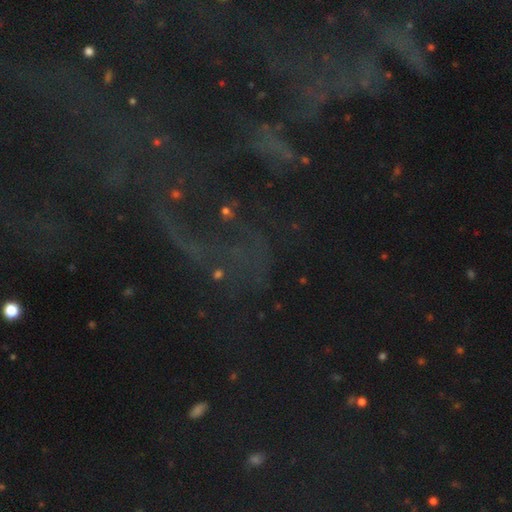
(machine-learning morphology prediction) Overall: star or artifact (69%).